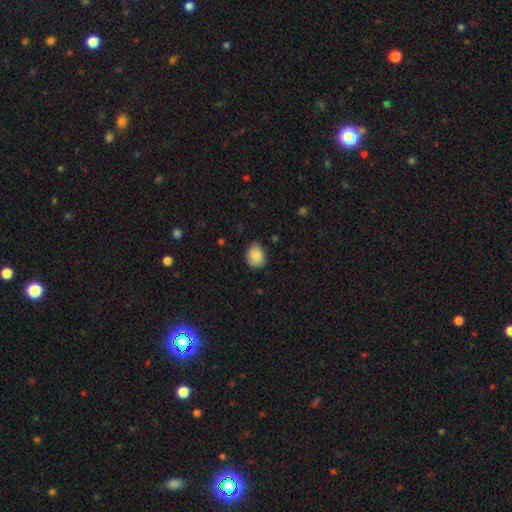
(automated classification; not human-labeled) Smooth or featured? Predicted: smooth (p=0.86). How rounded? Predicted: round (p=0.54). Merging? Predicted: none (p=0.75).